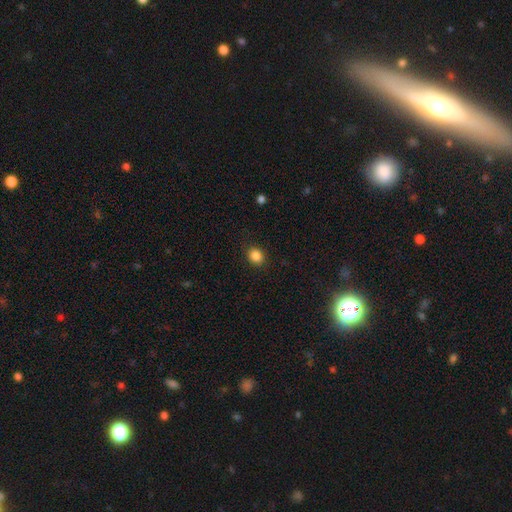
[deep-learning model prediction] This appears to be a smooth galaxy with no disk features (86%) that is round (69%). Merging: none (89%).